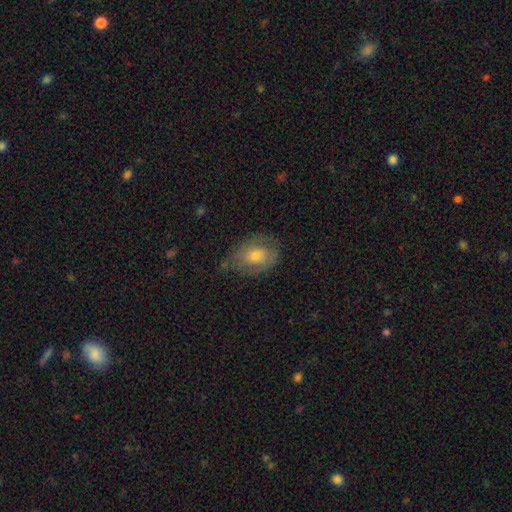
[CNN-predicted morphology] Q: Smooth or featured?
A: smooth (65%); runner-up: featured or disk (27%)
Q: How rounded?
A: in between (67%); runner-up: round (32%)
Q: Merging?
A: none (63%); runner-up: minor disturbance (27%)